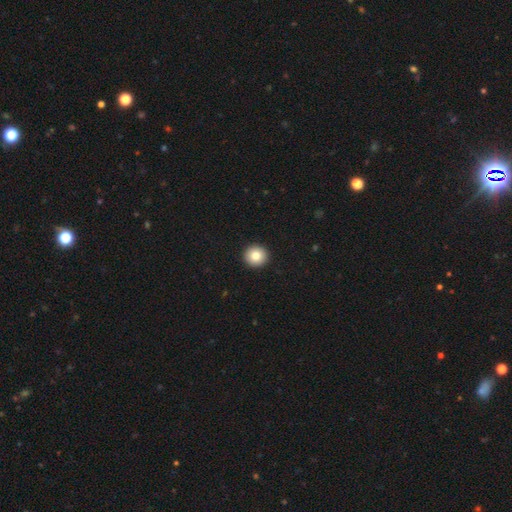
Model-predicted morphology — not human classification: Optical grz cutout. It shows a smooth galaxy with no disk features (82%) that is round (95%). Merging: none (94%).